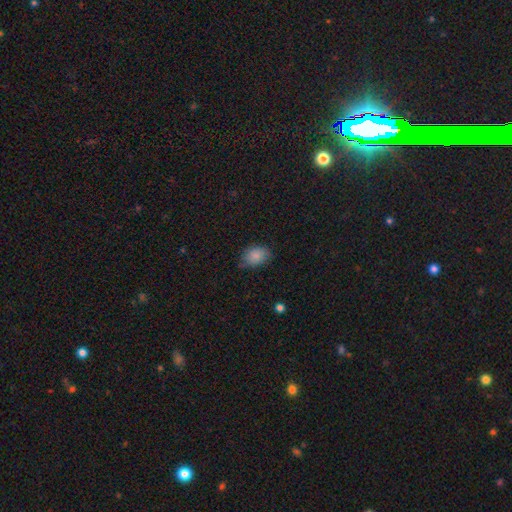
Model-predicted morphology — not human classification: type=smooth (86%); roundness=in between (74%); merging=none (72%).